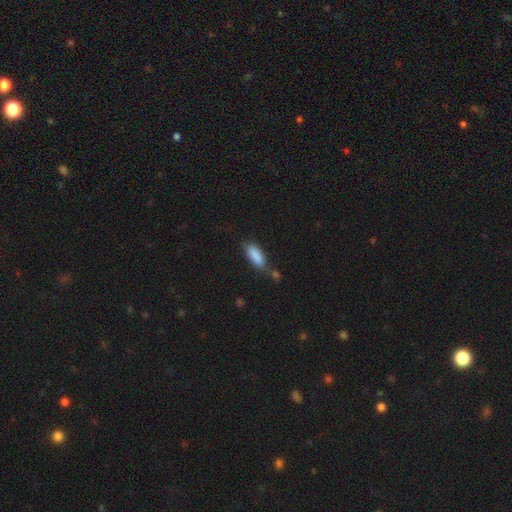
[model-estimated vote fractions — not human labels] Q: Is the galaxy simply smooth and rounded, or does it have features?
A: smooth — 86%.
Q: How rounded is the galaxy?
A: in between — 71%.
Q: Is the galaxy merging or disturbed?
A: none — 59%.